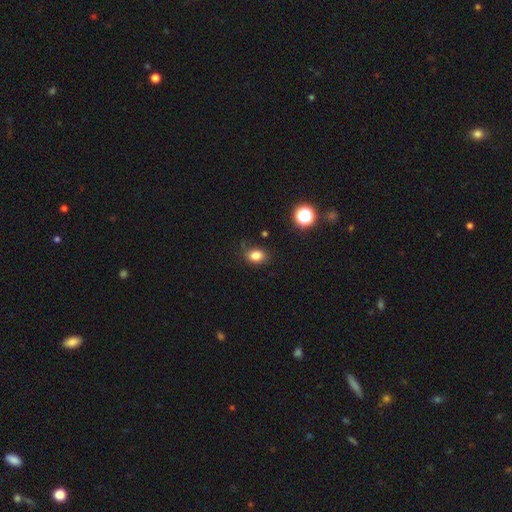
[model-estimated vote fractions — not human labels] Smooth or featured: smooth — 81% (star or artifact — 13%)
How rounded: in between — 66% (round — 33%)
Merging: none — 81% (minor disturbance — 14%)